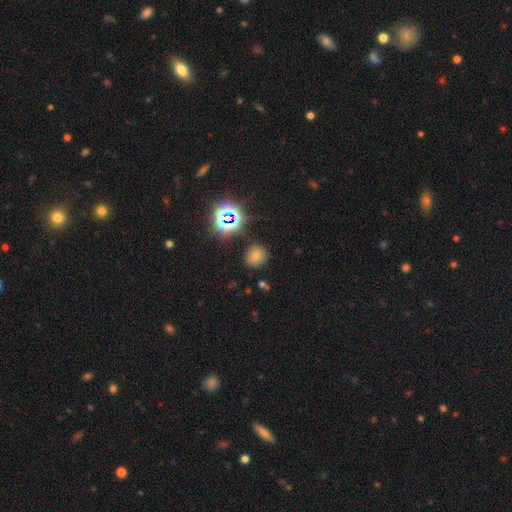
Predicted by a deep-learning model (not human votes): Morphology: type=smooth (55%); roundness=round (80%); merging=none (85%).